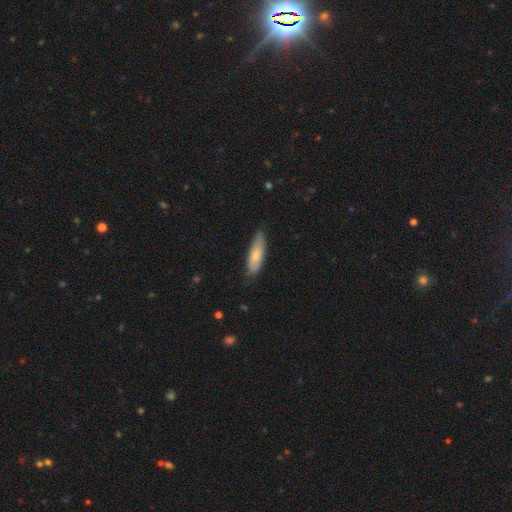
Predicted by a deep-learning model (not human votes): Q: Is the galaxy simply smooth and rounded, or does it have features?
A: smooth — 73%.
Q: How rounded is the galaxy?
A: cigar-shaped — 50%.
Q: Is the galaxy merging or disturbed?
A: none — 72%.